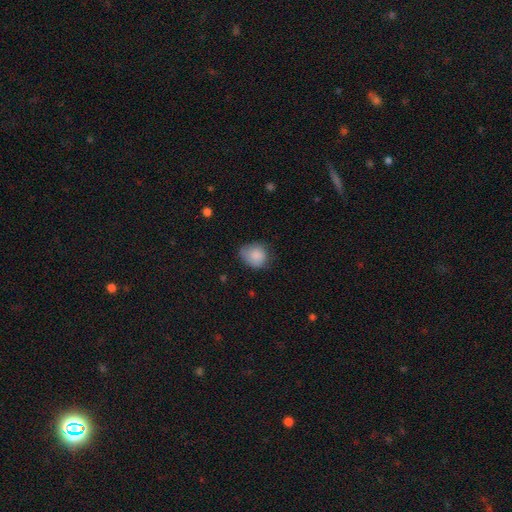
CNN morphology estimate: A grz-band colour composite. It shows a smooth galaxy with no disk features (85%) that is round (63%). Merging: none (58%).